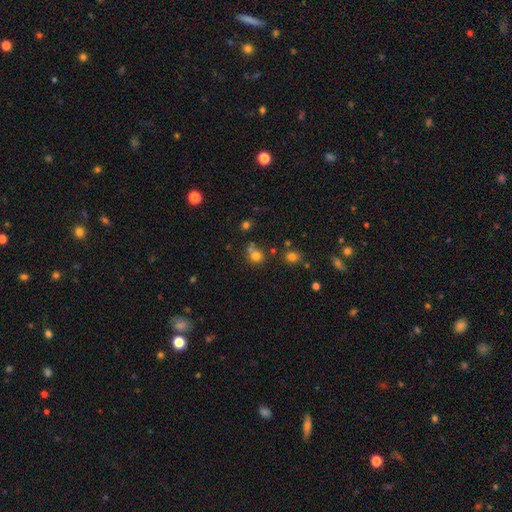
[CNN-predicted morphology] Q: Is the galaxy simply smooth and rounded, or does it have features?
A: smooth — 73%.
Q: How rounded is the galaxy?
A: round — 82%.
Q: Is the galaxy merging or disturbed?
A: none — 56%.